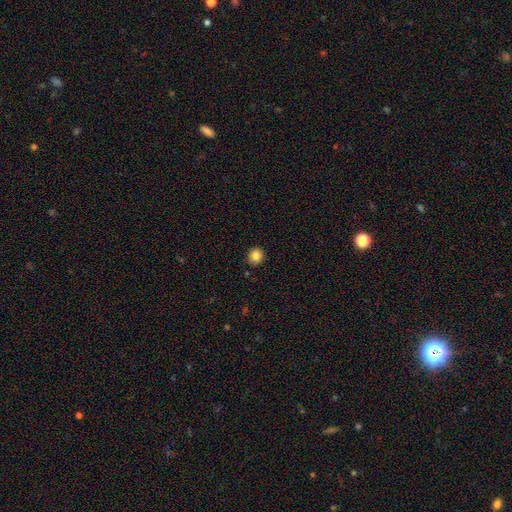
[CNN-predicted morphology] Smooth or featured?
  - smooth: 84% *
  - star or artifact: 11%
  - featured or disk: 5%
How rounded?
  - round: 91% *
  - in between: 8%
  - cigar-shaped: 1%
Merging?
  - none: 90% *
  - minor disturbance: 7%
  - major disturbance: 2%
  - merger: 1%